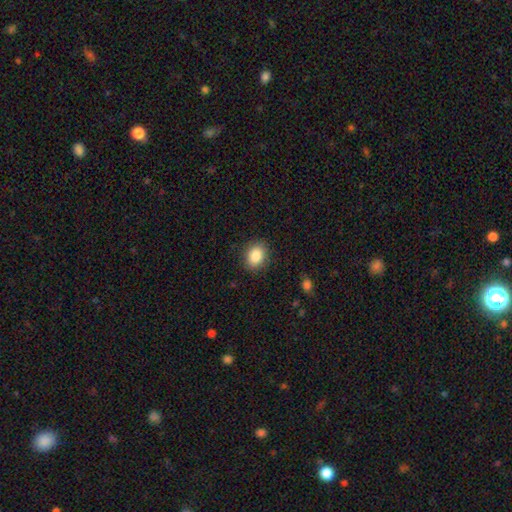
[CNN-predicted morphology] smooth 86%, star or artifact 9%, featured or disk 5%. Down the decision tree: how rounded — in between (54%); merging — none (88%).